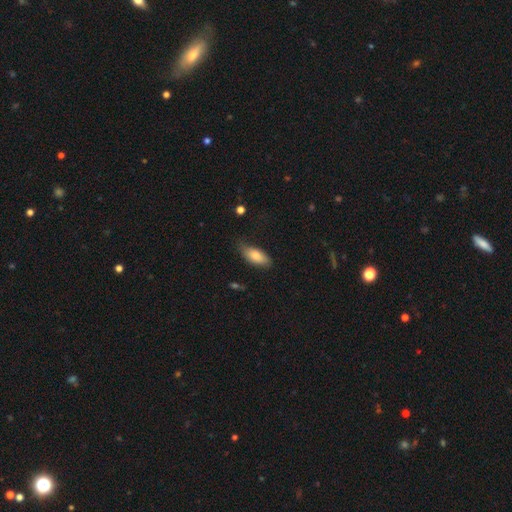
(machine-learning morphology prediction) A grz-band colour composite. It shows a smooth galaxy with no disk features (78%) that is in between round and cigar-shaped (85%). Merging: none (64%).